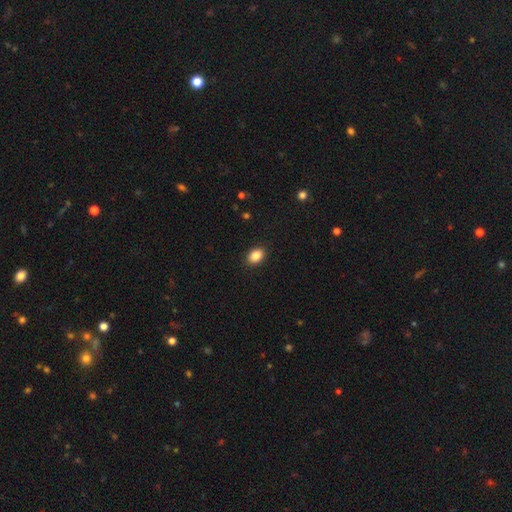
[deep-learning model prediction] smooth 87%, star or artifact 9%, featured or disk 4%. Down the decision tree: how rounded — in between (76%); merging — none (90%).